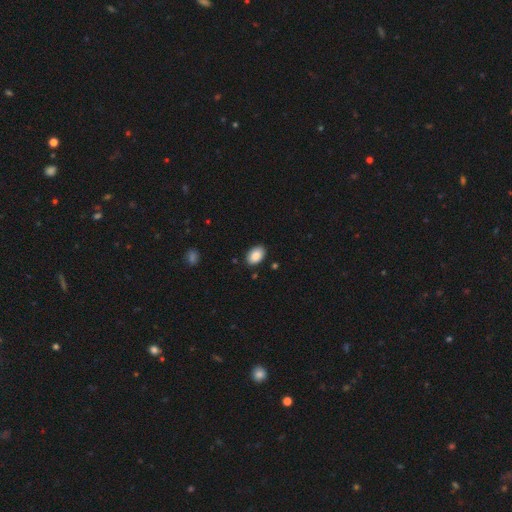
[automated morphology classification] smooth-or-featured: smooth: 89% | star or artifact: 7% | featured or disk: 4%
  how-rounded: in between: 90% | round: 9% | cigar-shaped: 1%
  merging: none: 87% | minor disturbance: 9% | major disturbance: 2% | merger: 1%